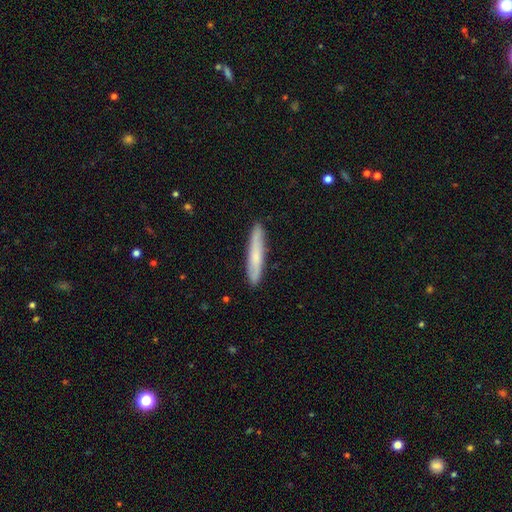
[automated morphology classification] smooth 63%, featured or disk 31%, star or artifact 6%. Down the decision tree: how rounded — cigar-shaped (94%); merging — none (89%).